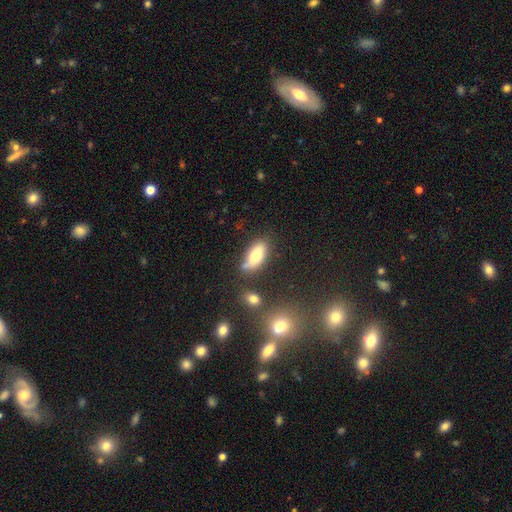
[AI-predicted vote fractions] Smooth or featured? Predicted: smooth (p=0.73). How rounded? Predicted: in between (p=0.82). Merging? Predicted: none (p=0.60).